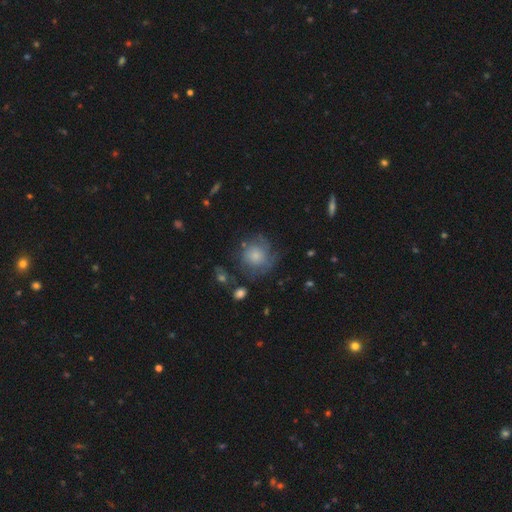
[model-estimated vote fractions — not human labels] Overall: smooth (58%; featured or disk 33%). How rounded: round (86%). Merging: none (57%; minor disturbance 23%).